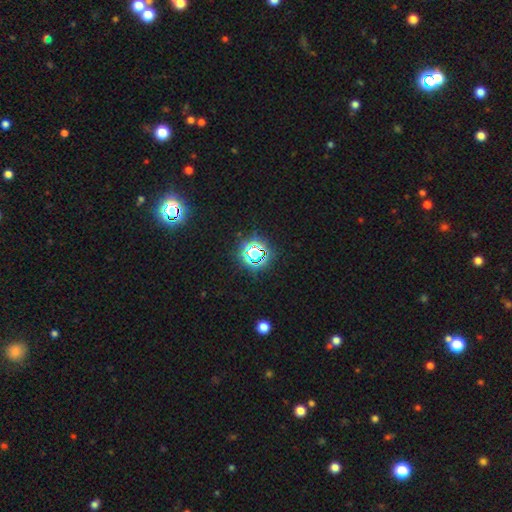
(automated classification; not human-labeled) Morphology: type=star or artifact (74%).